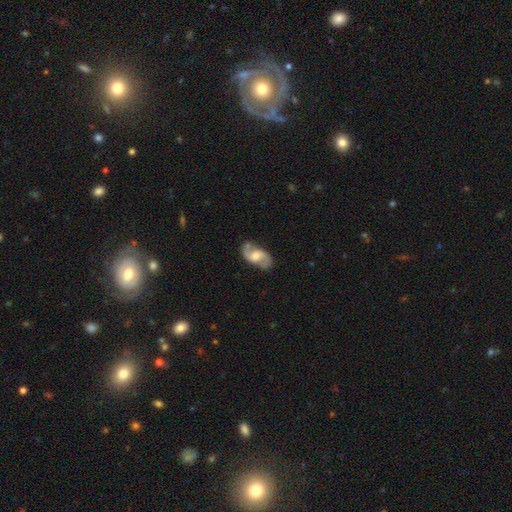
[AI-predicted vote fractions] A featured or disk galaxy (75%) with a weak bar (46%), 2 (90%) medium (45%) spiral arms (92%) and a moderate central bulge (53%).

Vote fractions:
- Smooth or featured? featured or disk: 75% / smooth: 19% / star or artifact: 6%
- Edge-on disk? no: 96% / yes: 4%
- Bar? weak: 46% / no: 42% / strong: 12%
- Spiral arms? yes: 92% / no: 8%
- Spiral winding? medium: 45% / loose: 41% / tight: 14%
- Spiral arm count? 2: 90% / can't tell: 5% / 1: 2% / 3: 1% / 4: 1% / more than 4: 1%
- Bulge size? moderate: 53% / small: 25% / large: 13% / none: 7% / dominant: 2%
- Merging? none: 76% / minor disturbance: 16% / major disturbance: 5% / merger: 3%